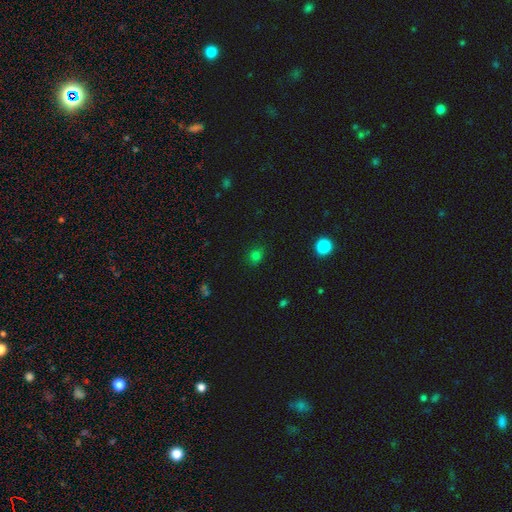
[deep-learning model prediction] The model was most divided on "how rounded": round: 71%, in between: 28%, cigar-shaped: 1%. More confident: merging — none (85%); smooth or featured — smooth (75%).